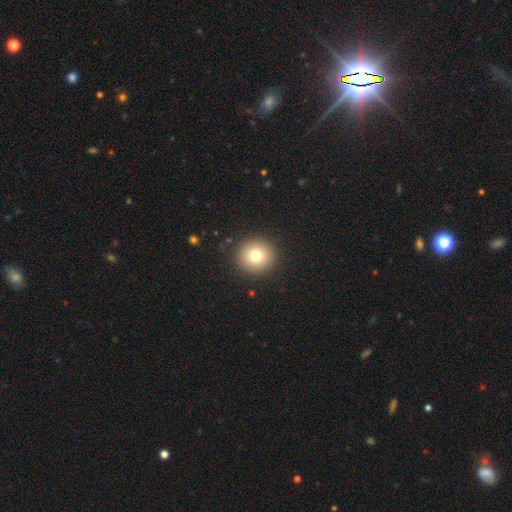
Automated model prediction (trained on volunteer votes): This is likely a smooth galaxy (77%). How rounded: clearly round (94%). Merging: clearly none (91%).